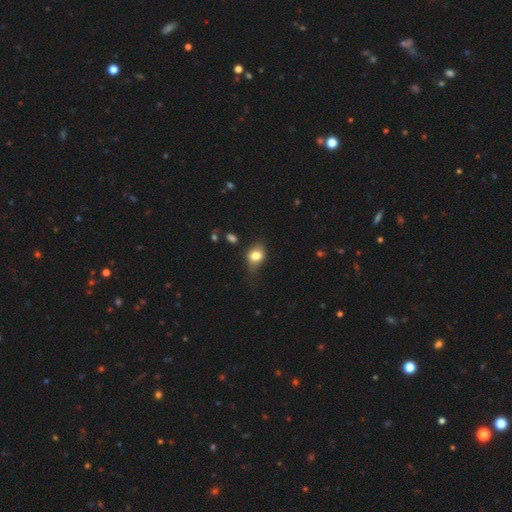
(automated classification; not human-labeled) Smooth or featured? Predicted: smooth (p=0.73). How rounded? Predicted: in between (p=0.57). Merging? Predicted: none (p=0.54).